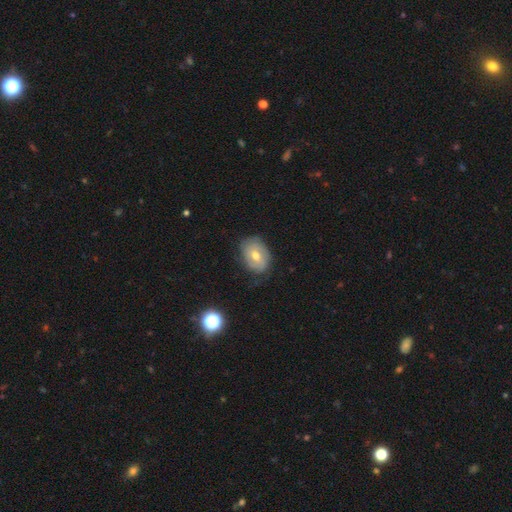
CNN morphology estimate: The model was most divided on "smooth or featured": featured or disk: 49%, smooth: 41%, star or artifact: 10%. More confident: merging — none (69%).